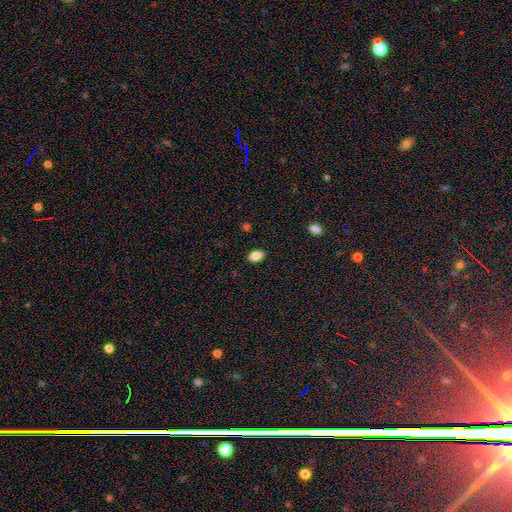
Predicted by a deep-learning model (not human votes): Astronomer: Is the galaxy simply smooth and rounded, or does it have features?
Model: smooth — 85%.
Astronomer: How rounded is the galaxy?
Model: in between — 91%.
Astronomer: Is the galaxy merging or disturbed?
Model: none — 88%.